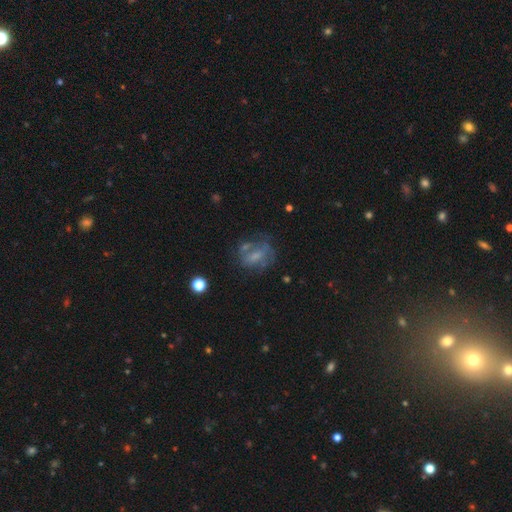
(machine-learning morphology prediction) A featured or disk galaxy (50%). Merging: none (47%).